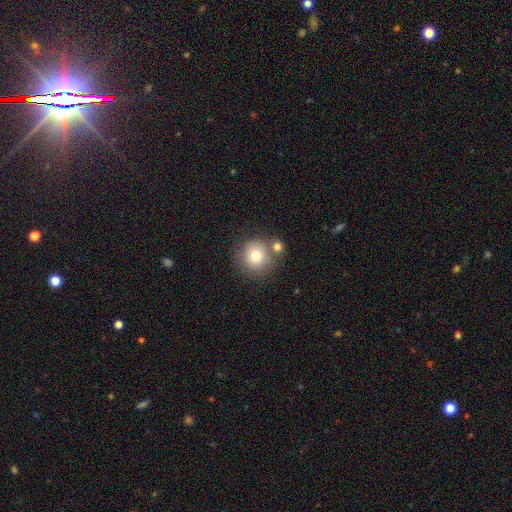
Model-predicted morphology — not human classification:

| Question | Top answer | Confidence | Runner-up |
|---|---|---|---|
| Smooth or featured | smooth | 76% | featured or disk (13%) |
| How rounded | round | 93% | in between (6%) |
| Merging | none | 65% | merger (22%) |